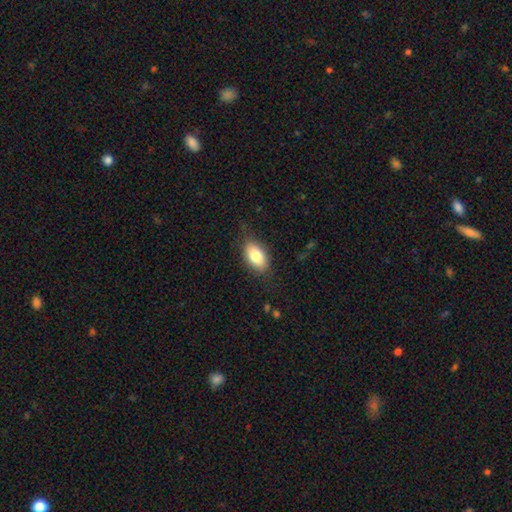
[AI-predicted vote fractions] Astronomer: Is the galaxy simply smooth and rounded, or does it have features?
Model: smooth — 80%.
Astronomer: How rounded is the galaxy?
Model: in between — 91%.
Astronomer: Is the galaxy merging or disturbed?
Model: none — 78%.